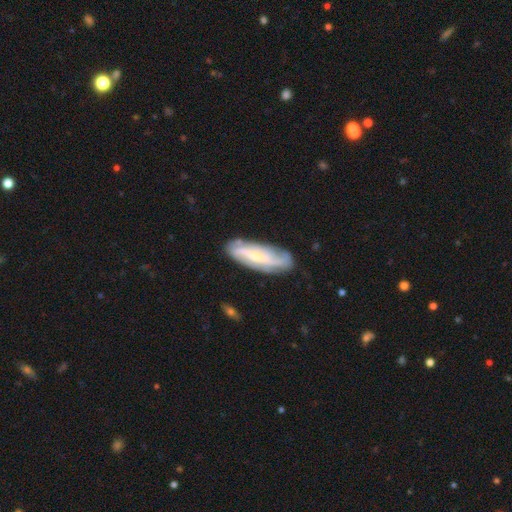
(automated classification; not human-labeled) Smooth or featured?
  - featured or disk: 74% *
  - smooth: 20%
  - star or artifact: 6%
Edge-on disk?
  - no: 84% *
  - yes: 16%
Bar?
  - no: 40% *
  - weak: 36%
  - strong: 24%
Spiral arms?
  - yes: 92% *
  - no: 8%
Spiral winding?
  - medium: 37% *
  - tight: 33%
  - loose: 30%
Spiral arm count?
  - 2: 50% *
  - can't tell: 25%
  - 3: 13%
  - 4: 5%
  - 1: 4%
  - more than 4: 3%
Bulge size?
  - small: 65% *
  - moderate: 29%
  - none: 3%
  - large: 2%
  - dominant: 1%
Merging?
  - none: 79% *
  - minor disturbance: 15%
  - major disturbance: 4%
  - merger: 2%